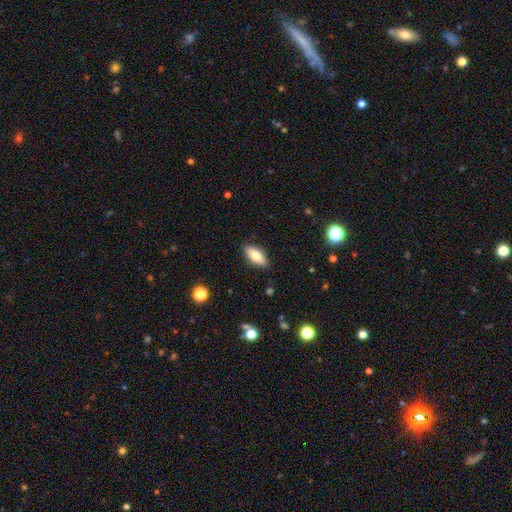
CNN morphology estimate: smooth 79%, featured or disk 14%, star or artifact 7%. Down the decision tree: how rounded — in between (82%); merging — none (87%).